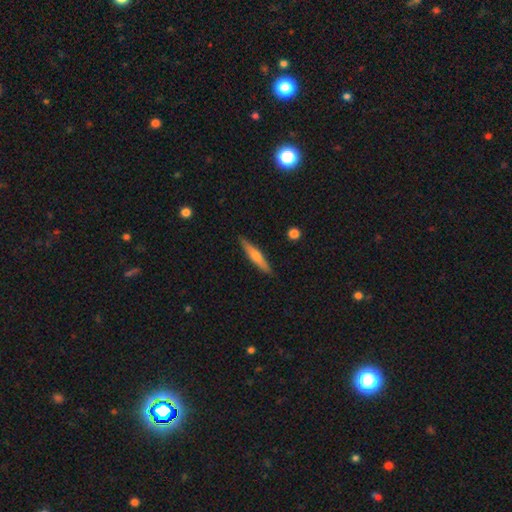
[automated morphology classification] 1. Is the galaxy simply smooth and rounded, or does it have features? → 52% featured or disk, 42% smooth, 6% star or artifact.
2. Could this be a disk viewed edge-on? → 96% yes, 4% no.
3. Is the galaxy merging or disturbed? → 91% none, 7% minor disturbance, 1% major disturbance, 1% merger.